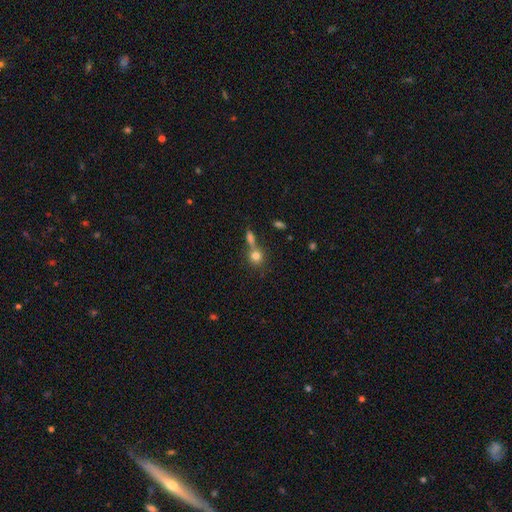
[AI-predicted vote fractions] smooth_or_featured: smooth (p=0.79) [alt: star or artifact p=0.11]
how_rounded: round (p=0.83) [alt: in between p=0.15]
merging: none (p=0.49) [alt: merger p=0.37]